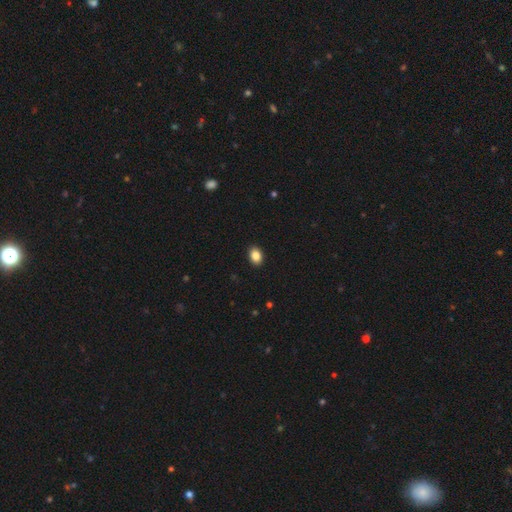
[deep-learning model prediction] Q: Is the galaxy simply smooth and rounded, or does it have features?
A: smooth — 87%.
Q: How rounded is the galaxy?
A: in between — 76%.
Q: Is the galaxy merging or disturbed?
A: none — 91%.